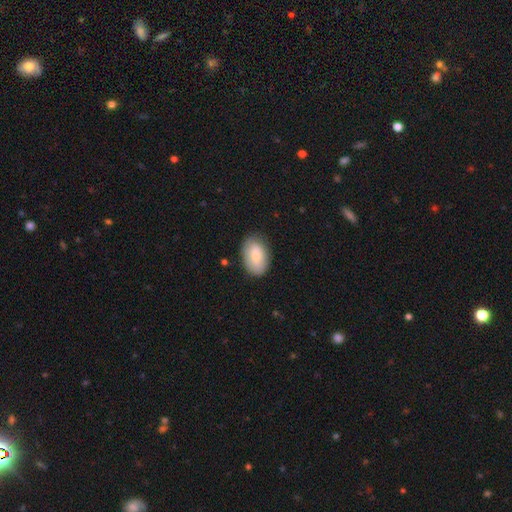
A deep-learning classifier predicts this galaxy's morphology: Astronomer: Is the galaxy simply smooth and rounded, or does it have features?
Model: smooth — 70%.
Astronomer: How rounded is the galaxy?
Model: in between — 87%.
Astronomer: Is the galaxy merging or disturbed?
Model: none — 79%.